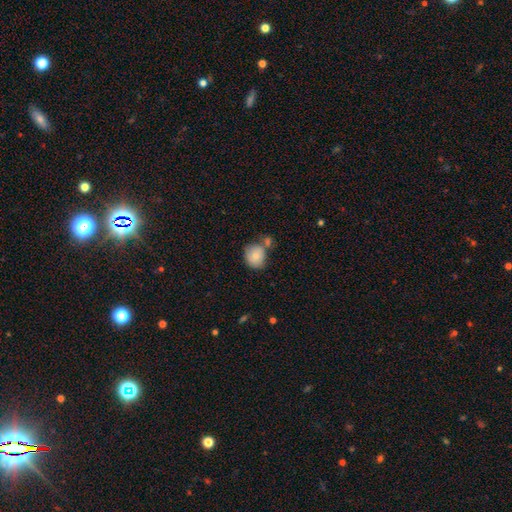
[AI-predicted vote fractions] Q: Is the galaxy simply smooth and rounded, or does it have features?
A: smooth — 80%.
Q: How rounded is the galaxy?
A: round — 71%.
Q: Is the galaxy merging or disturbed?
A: none — 50%.